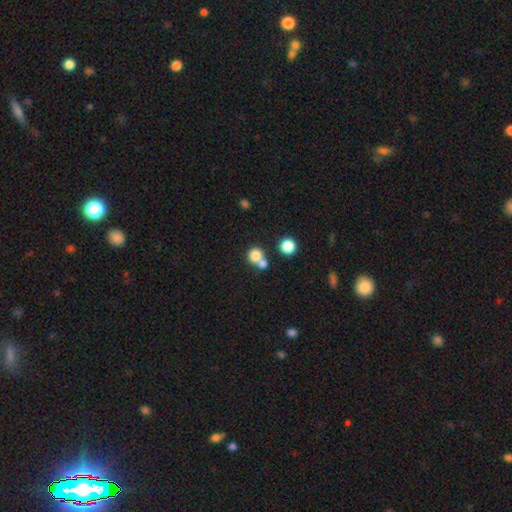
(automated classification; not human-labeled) Smooth or featured: smooth — 79% (star or artifact — 12%)
How rounded: round — 87% (in between — 12%)
Merging: none — 46% (merger — 45%)